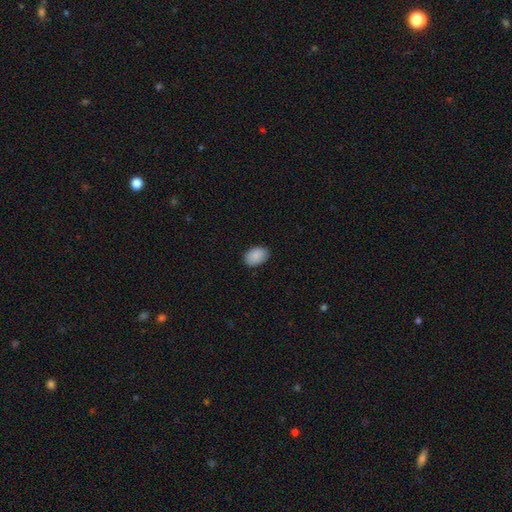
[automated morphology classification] The model was most divided on "how rounded": in between: 86%, round: 13%, cigar-shaped: 1%. More confident: smooth or featured — smooth (90%); merging — none (87%).